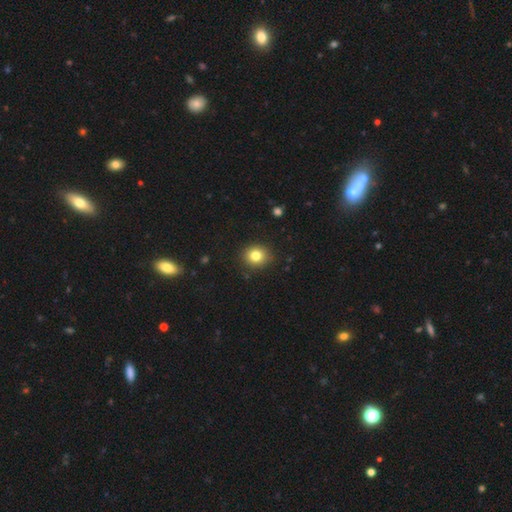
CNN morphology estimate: type=smooth (81%); roundness=round (79%); merging=none (88%).